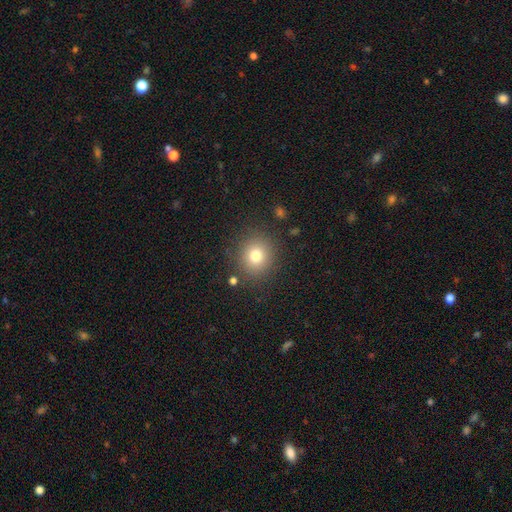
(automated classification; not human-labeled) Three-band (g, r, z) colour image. It shows a smooth galaxy with no disk features (77%) that is round (86%). Merging: none (85%).